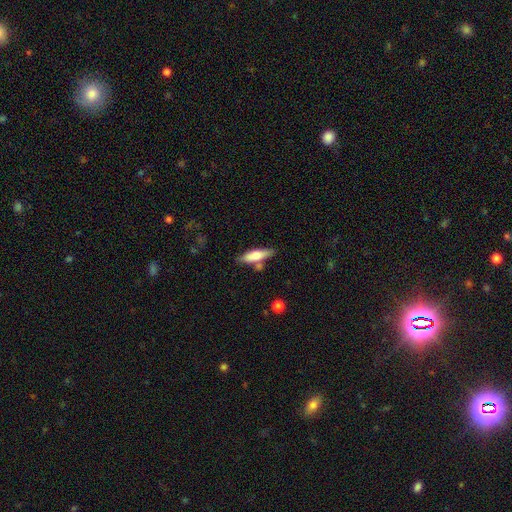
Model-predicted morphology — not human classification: This appears to be a smooth galaxy with no disk features (59%) that is cigar-shaped (60%). Merging: none (70%).